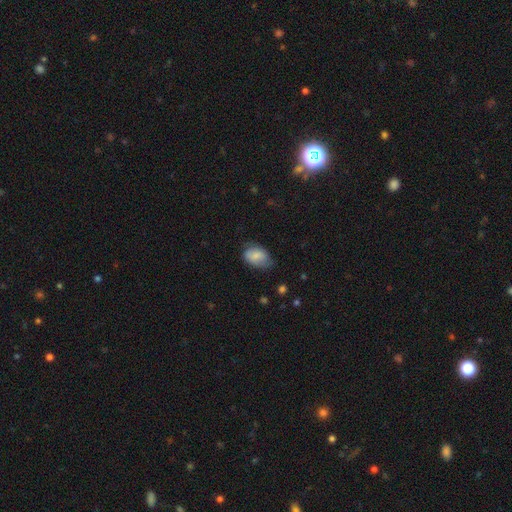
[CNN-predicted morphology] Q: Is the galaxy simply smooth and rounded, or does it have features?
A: smooth — 75%.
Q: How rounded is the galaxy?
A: in between — 84%.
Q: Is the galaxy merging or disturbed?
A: none — 55%.